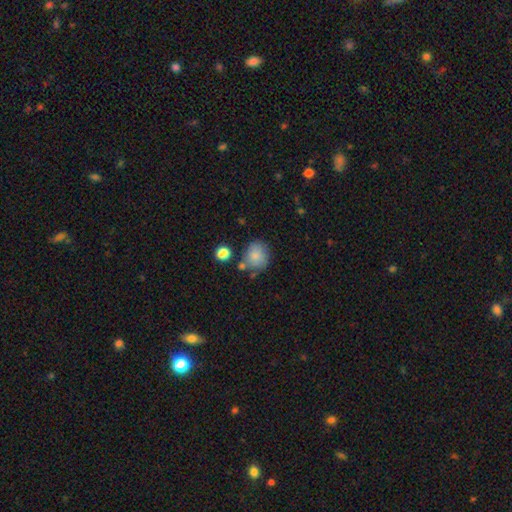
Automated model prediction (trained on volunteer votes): Smooth or featured? smooth (82%)
How rounded? round (77%)
Merging? none (67%)